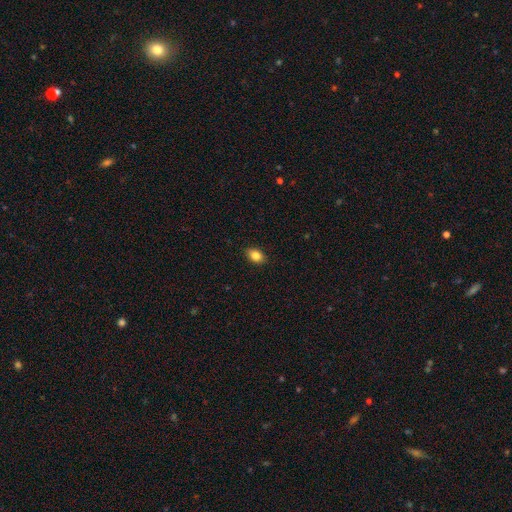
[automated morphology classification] Q: Smooth or featured?
A: smooth (84%); runner-up: star or artifact (9%)
Q: How rounded?
A: in between (84%); runner-up: round (14%)
Q: Merging?
A: none (89%); runner-up: minor disturbance (8%)